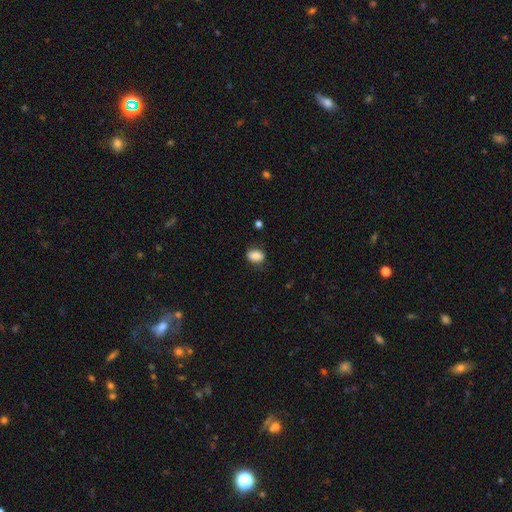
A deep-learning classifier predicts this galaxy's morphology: A smooth galaxy with no disk features (85%) that is in between round and cigar-shaped (77%). Merging: none (76%).